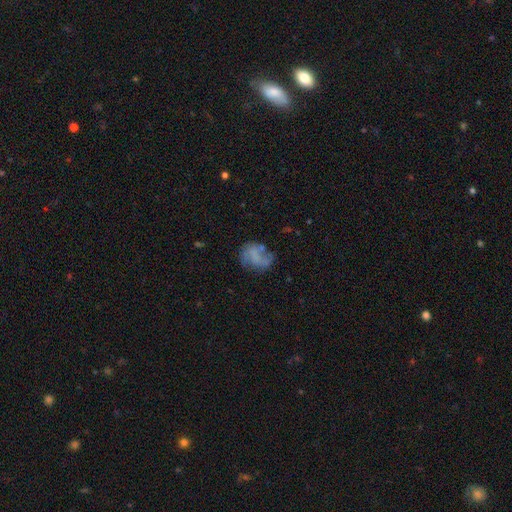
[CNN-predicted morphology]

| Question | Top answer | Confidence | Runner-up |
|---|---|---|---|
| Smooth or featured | smooth | 46% | featured or disk (42%) |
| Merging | none | 46% | minor disturbance (25%) |